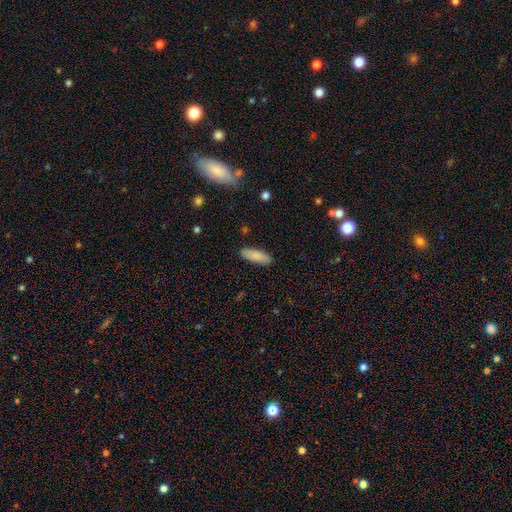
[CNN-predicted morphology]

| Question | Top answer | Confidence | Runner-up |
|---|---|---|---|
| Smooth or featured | smooth | 87% | featured or disk (7%) |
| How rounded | in between | 58% | cigar-shaped (41%) |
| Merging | none | 89% | minor disturbance (8%) |